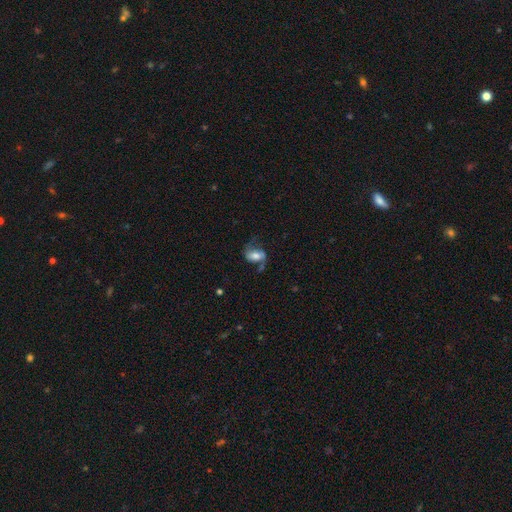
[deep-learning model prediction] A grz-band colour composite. It shows a featured or disk galaxy (51%). Merging: none (51%).